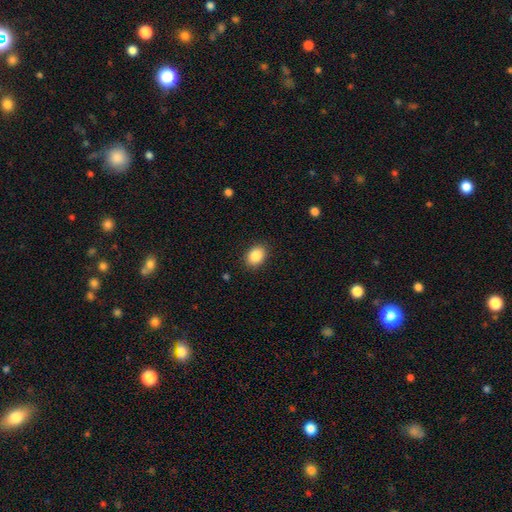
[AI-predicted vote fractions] smooth_or_featured: smooth (p=0.88) [alt: star or artifact p=0.08]
how_rounded: in between (p=0.68) [alt: round p=0.31]
merging: none (p=0.88) [alt: minor disturbance p=0.09]